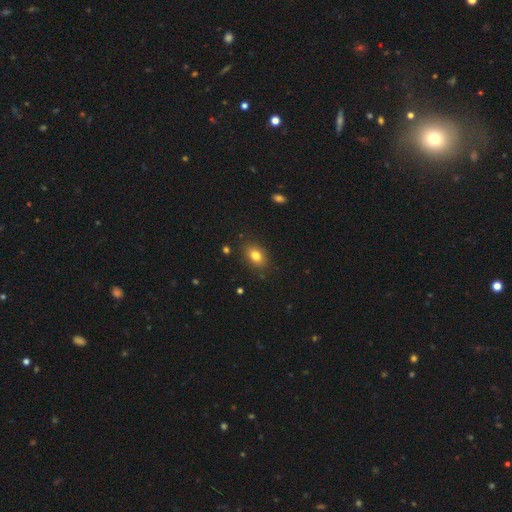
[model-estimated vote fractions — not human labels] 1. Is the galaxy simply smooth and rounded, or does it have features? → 80% smooth, 11% star or artifact, 9% featured or disk.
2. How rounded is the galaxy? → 74% in between, 25% round, 2% cigar-shaped.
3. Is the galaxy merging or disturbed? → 85% none, 11% minor disturbance, 3% major disturbance, 1% merger.